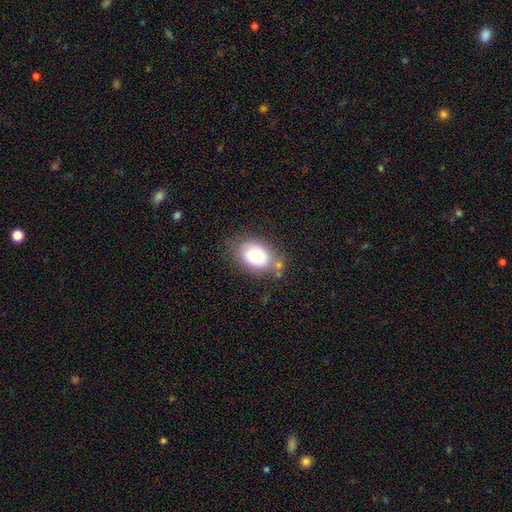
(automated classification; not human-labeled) The model was most divided on "merging": none: 64%, minor disturbance: 22%, major disturbance: 7%, merger: 6%. More confident: how rounded — in between (81%); smooth or featured — smooth (77%).